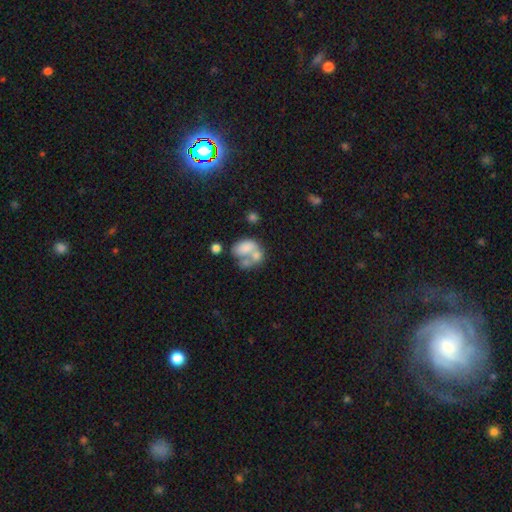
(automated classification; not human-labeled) Smooth or featured?
  - smooth: 61% *
  - featured or disk: 29%
  - star or artifact: 10%
How rounded?
  - in between: 78% *
  - round: 21%
  - cigar-shaped: 1%
Merging?
  - merger: 58% *
  - none: 19%
  - major disturbance: 13%
  - minor disturbance: 10%